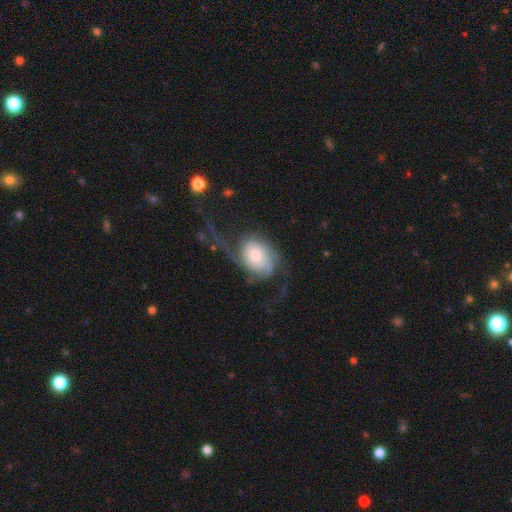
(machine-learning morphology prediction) The model was most divided on "merging": major disturbance: 43%, none: 38%, minor disturbance: 17%, merger: 3%. Remaining: edge-on disk — no (97%); spiral arms — yes (89%); bar — no (73%); smooth or featured — featured or disk (69%); spiral winding — loose (43%); bulge size — moderate (42%); spiral arm count — 2 (40%).